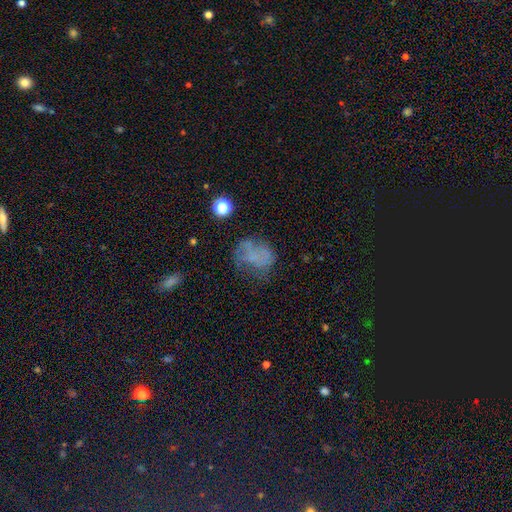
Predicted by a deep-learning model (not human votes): A smooth galaxy with no disk features (45%).

Vote fractions:
- Smooth or featured? smooth: 45% / featured or disk: 37% / star or artifact: 19%
- Merging? none: 45% / major disturbance: 26% / minor disturbance: 24% / merger: 4%